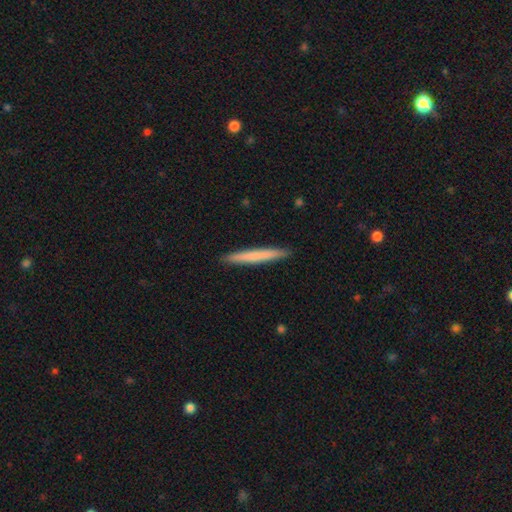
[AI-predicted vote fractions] This is likely a smooth galaxy (69%). How rounded: clearly cigar-shaped (97%). Merging: clearly none (93%).